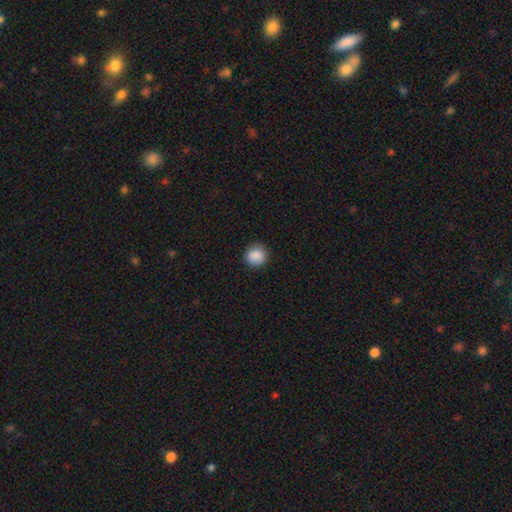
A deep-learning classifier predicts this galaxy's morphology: Overall: smooth (88%). How rounded: round (90%). Merging: none (89%).